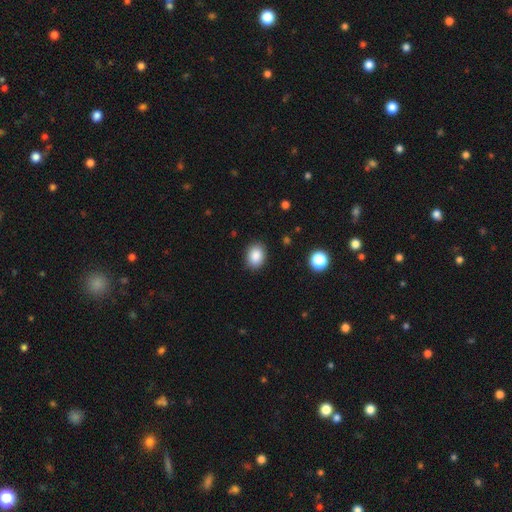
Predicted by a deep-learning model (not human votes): The model was most divided on "how rounded": in between: 62%, round: 37%, cigar-shaped: 1%. More confident: merging — none (88%); smooth or featured — smooth (87%).